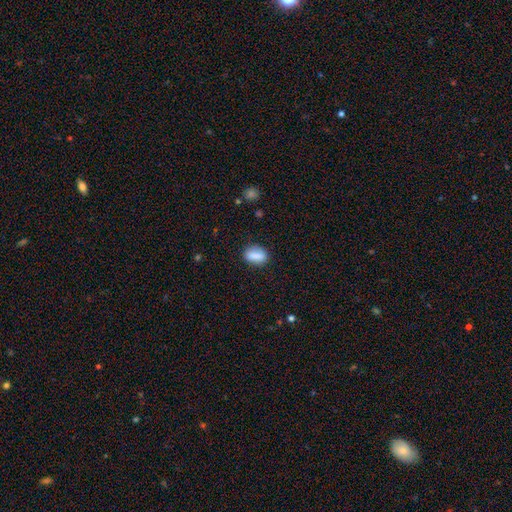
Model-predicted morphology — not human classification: smooth-or-featured: smooth: 83% | featured or disk: 9% | star or artifact: 8%
  how-rounded: in between: 76% | round: 15% | cigar-shaped: 9%
  merging: none: 83% | minor disturbance: 12% | major disturbance: 3% | merger: 2%